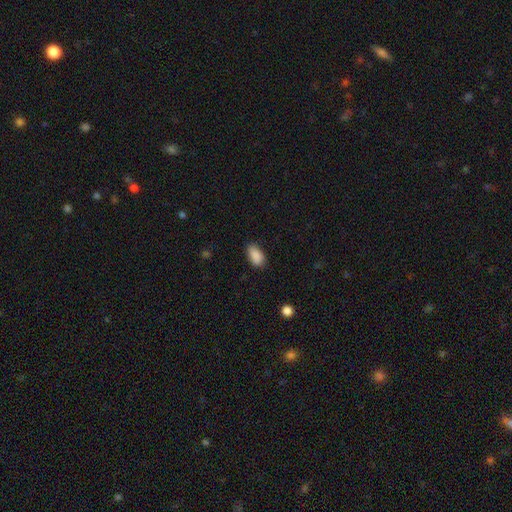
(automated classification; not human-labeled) This is clearly a smooth galaxy (88%). How rounded: clearly in between (91%). Merging: likely none (78%).